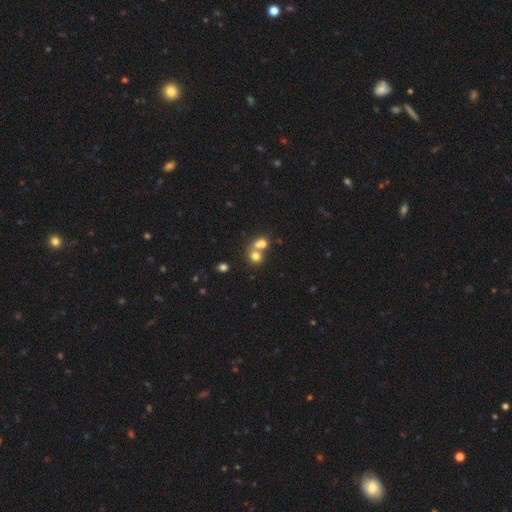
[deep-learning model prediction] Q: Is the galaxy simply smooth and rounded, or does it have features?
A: smooth — 72%.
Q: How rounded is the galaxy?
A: round — 72%.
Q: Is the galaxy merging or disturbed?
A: merger — 61%.